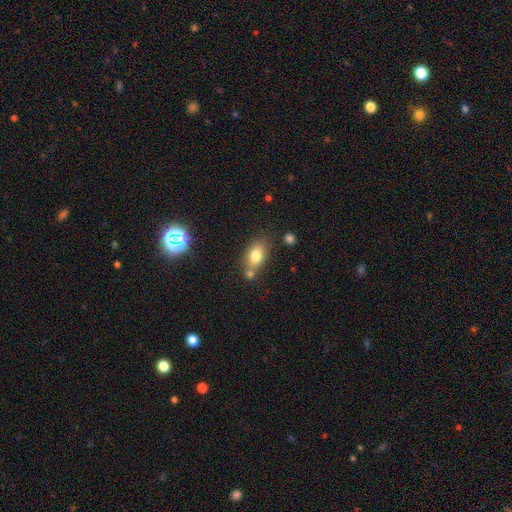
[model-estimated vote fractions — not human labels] smooth-or-featured: smooth: 76% | featured or disk: 13% | star or artifact: 10%
  how-rounded: in between: 79% | round: 18% | cigar-shaped: 3%
  merging: none: 60% | merger: 21% | minor disturbance: 15% | major disturbance: 4%